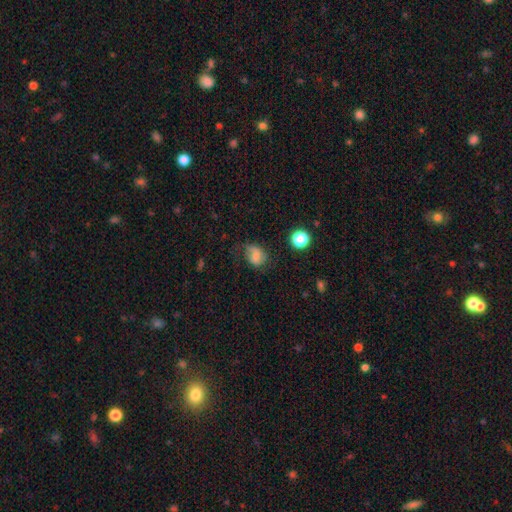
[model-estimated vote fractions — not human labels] Smooth or featured? smooth (62%)
How rounded? in between (51%)
Merging? none (45%)